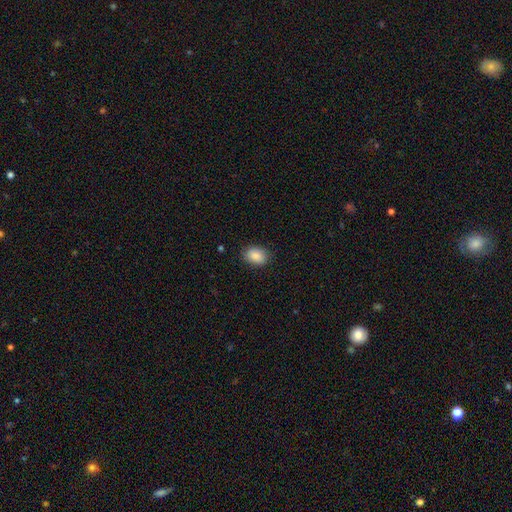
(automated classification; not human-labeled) This is clearly a smooth galaxy (88%). How rounded: likely in between (78%). Merging: clearly none (84%).